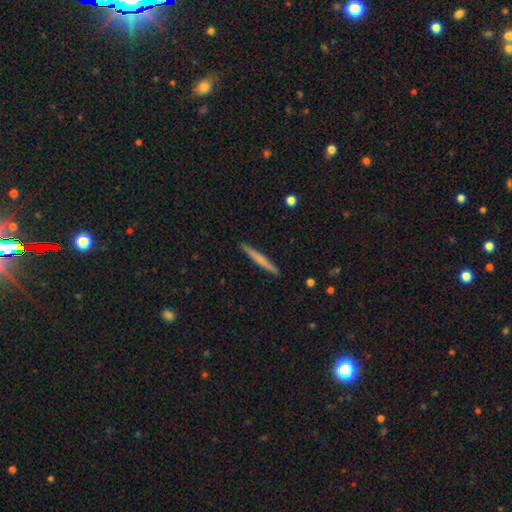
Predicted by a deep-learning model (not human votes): Q: Smooth or featured?
A: smooth (57%); runner-up: featured or disk (37%)
Q: How rounded?
A: cigar-shaped (97%); runner-up: in between (2%)
Q: Merging?
A: none (92%); runner-up: minor disturbance (5%)